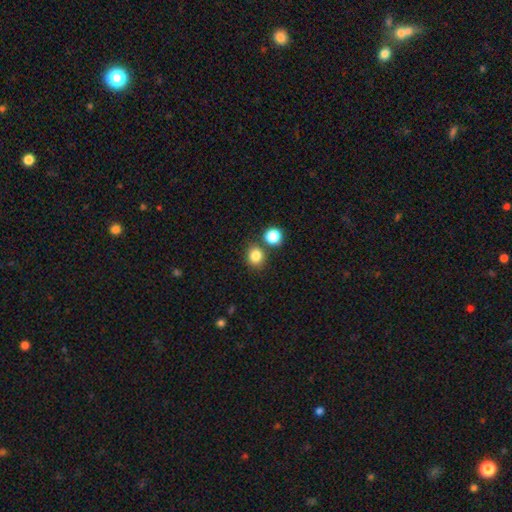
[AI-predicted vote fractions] smooth 82%, star or artifact 13%, featured or disk 5%. Down the decision tree: how rounded — round (79%); merging — none (77%).